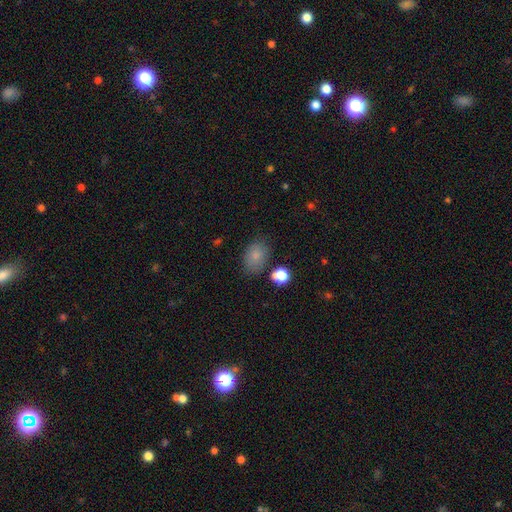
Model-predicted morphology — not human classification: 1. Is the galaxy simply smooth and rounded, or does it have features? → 81% smooth, 11% star or artifact, 8% featured or disk.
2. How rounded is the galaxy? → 78% in between, 21% round, 1% cigar-shaped.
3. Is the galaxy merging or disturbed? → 73% none, 17% minor disturbance, 6% merger, 5% major disturbance.